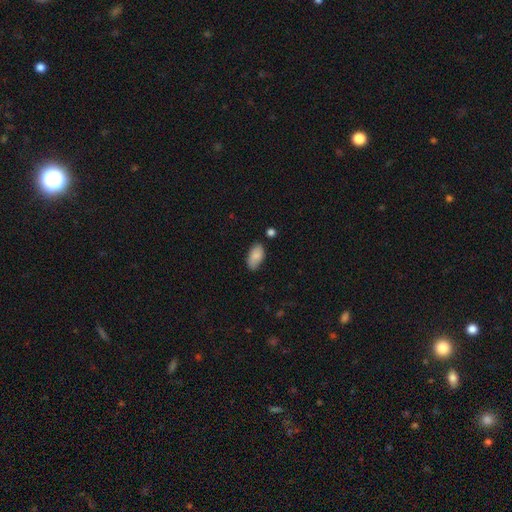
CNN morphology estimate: A smooth galaxy with no disk features (86%) that is in between round and cigar-shaped (95%).

Vote fractions:
- Smooth or featured? smooth: 86% / featured or disk: 8% / star or artifact: 6%
- How rounded? in between: 95% / cigar-shaped: 3% / round: 3%
- Merging? none: 79% / minor disturbance: 15% / merger: 3% / major disturbance: 3%